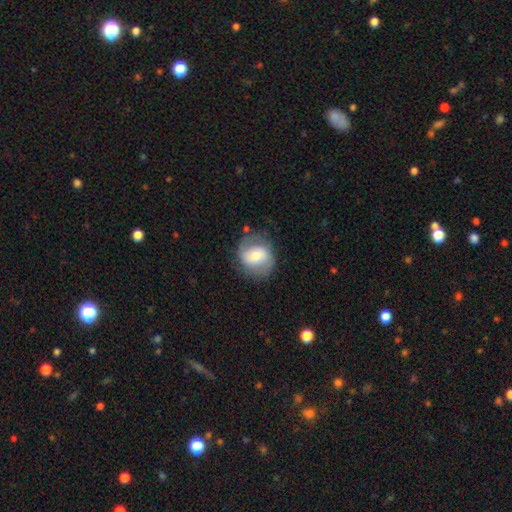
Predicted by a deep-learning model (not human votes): smooth-or-featured: featured or disk: 55% | smooth: 38% | star or artifact: 7%
  disk-edge-on: no: 97% | yes: 3%
    bar: weak: 42% | no: 40% | strong: 18%
    has-spiral-arms: yes: 78% | no: 22%
    bulge-size: moderate: 61% | small: 27% | large: 9% | dominant: 2% | none: 1%
  merging: none: 75% | minor disturbance: 16% | major disturbance: 7% | merger: 2%